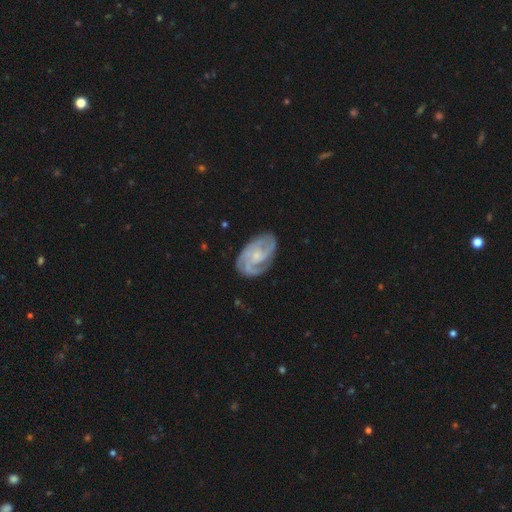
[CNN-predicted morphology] This appears to be a featured or disk galaxy (85%) with no bar (67%), 3 (40%) tight (54%) spiral arms (97%) and a small central bulge (65%). Merging: none (73%).